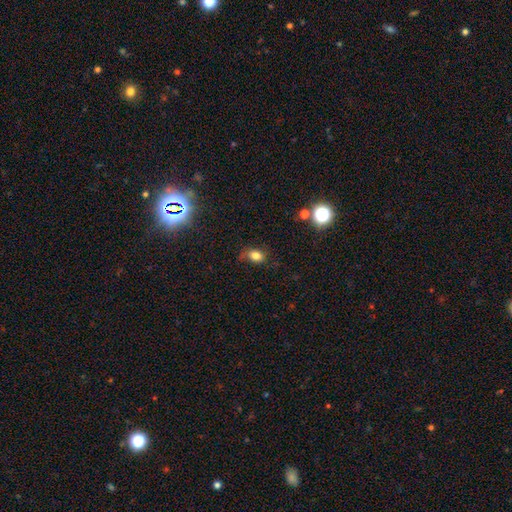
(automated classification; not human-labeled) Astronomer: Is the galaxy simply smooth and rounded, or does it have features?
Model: smooth — 79%.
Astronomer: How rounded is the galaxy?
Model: in between — 71%.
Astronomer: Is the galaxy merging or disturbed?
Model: none — 63%.